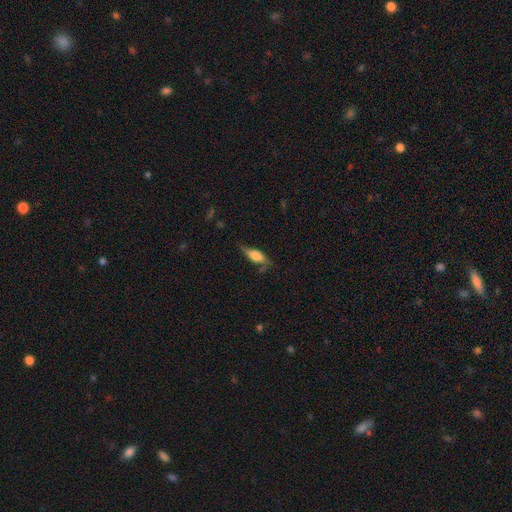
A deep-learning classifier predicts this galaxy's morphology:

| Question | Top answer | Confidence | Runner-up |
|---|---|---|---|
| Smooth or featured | smooth | 56% | featured or disk (36%) |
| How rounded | in between | 66% | cigar-shaped (31%) |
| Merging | none | 55% | minor disturbance (30%) |